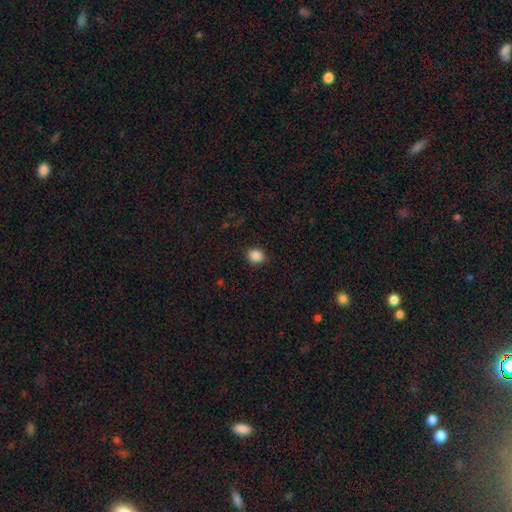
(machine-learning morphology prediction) The model was most divided on "how rounded": round: 72%, in between: 27%, cigar-shaped: 1%. More confident: merging — none (91%); smooth or featured — smooth (87%).